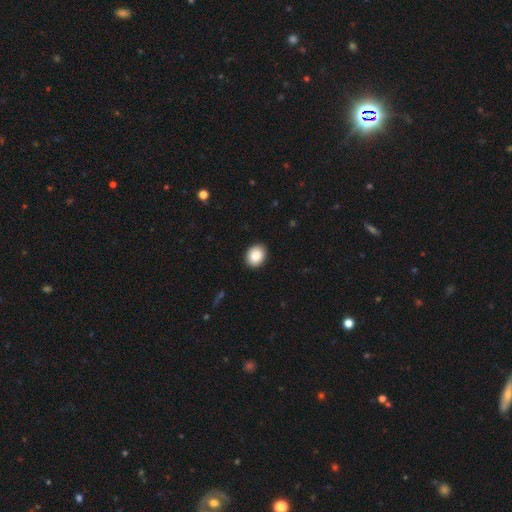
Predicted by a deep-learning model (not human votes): This appears to be a smooth galaxy with no disk features (87%) that is round (52%). Merging: none (91%).